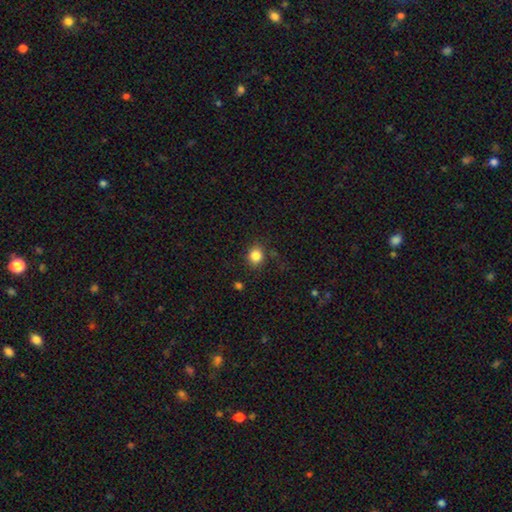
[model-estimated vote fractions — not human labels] smooth_or_featured: smooth (p=0.84) [alt: star or artifact p=0.11]
how_rounded: round (p=0.73) [alt: in between p=0.26]
merging: none (p=0.83) [alt: minor disturbance p=0.11]